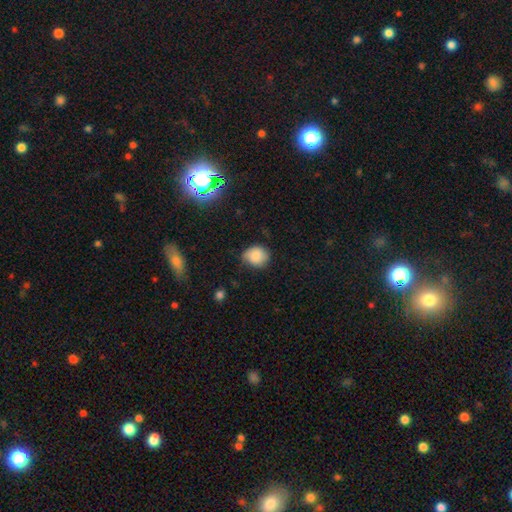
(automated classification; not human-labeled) Overall: smooth (80%). How rounded: round (71%). Merging: none (62%; minor disturbance 30%).